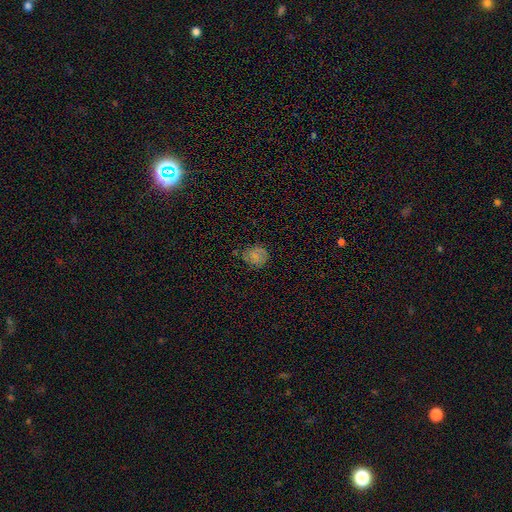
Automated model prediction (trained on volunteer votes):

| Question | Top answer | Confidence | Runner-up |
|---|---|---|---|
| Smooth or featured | smooth | 71% | star or artifact (16%) |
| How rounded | round | 77% | in between (22%) |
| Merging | none | 71% | minor disturbance (22%) |